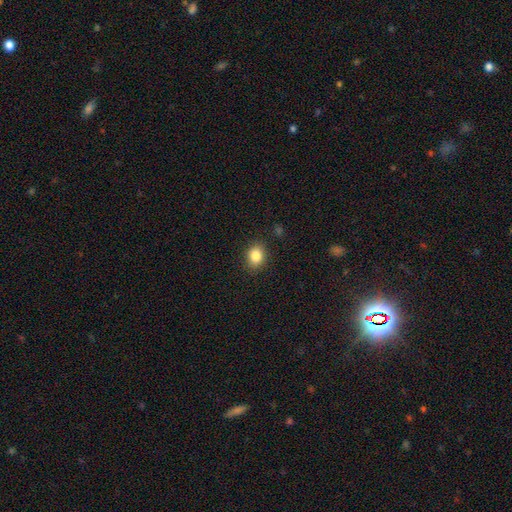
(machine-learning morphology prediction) type=smooth (85%); roundness=in between (56%); merging=none (87%).